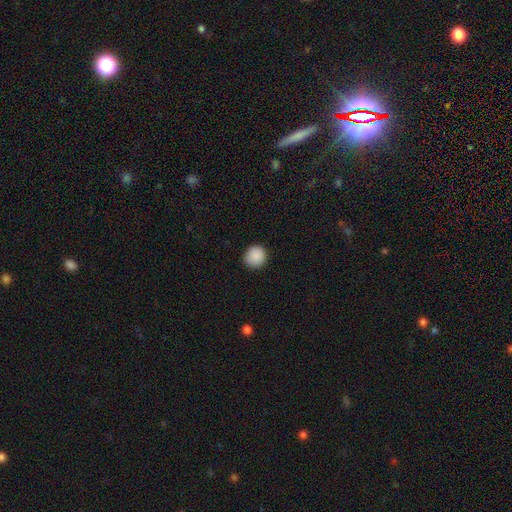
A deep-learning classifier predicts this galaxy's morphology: Smooth or featured? Predicted: smooth (p=0.89). How rounded? Predicted: round (p=0.93). Merging? Predicted: none (p=0.90).